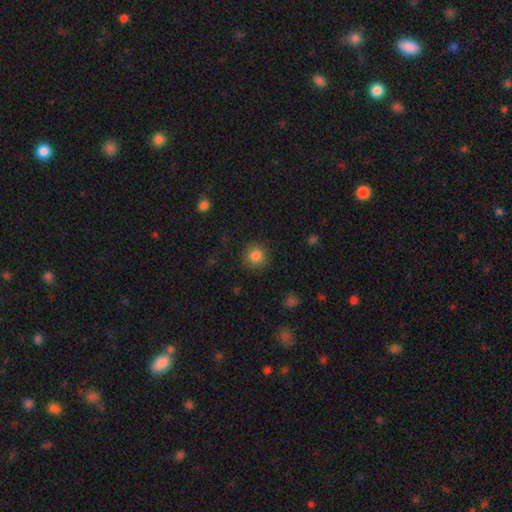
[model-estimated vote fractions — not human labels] smooth_or_featured: smooth (p=0.85) [alt: star or artifact p=0.10]
how_rounded: round (p=0.93) [alt: in between p=0.06]
merging: none (p=0.86) [alt: minor disturbance p=0.09]